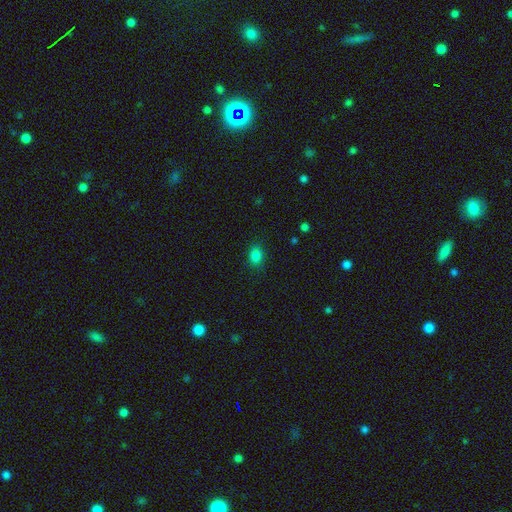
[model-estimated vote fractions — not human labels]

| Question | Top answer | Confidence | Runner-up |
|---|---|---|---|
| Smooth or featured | smooth | 83% | star or artifact (13%) |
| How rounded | in between | 63% | round (36%) |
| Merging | none | 86% | minor disturbance (10%) |